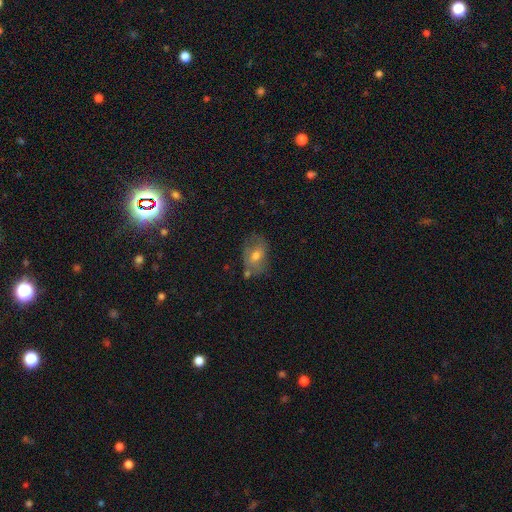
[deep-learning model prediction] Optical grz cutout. It shows a smooth galaxy with no disk features (55%) that is in between round and cigar-shaped (78%). Merging: none (53%).